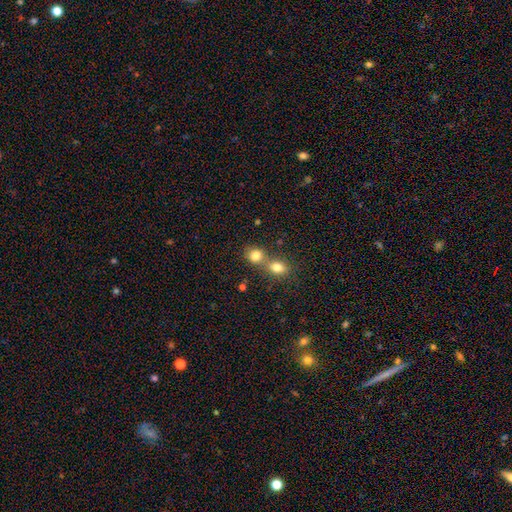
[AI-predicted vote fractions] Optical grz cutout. It shows a smooth galaxy with no disk features (81%) that is round (68%). Merging: merger (53%).